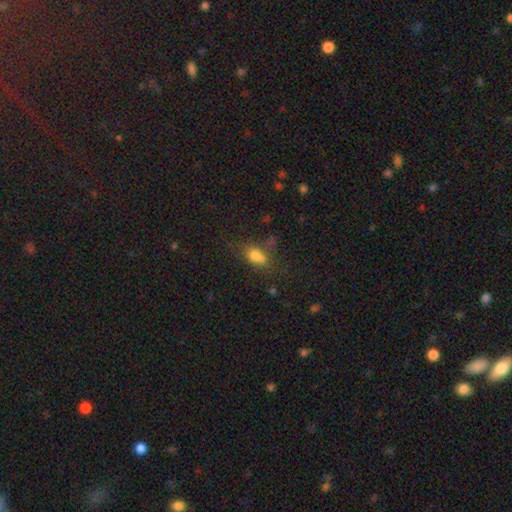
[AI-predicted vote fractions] The model was most divided on "merging": none: 43%, merger: 25%, minor disturbance: 20%, major disturbance: 12%. More confident: smooth or featured — smooth (72%); how rounded — in between (64%).